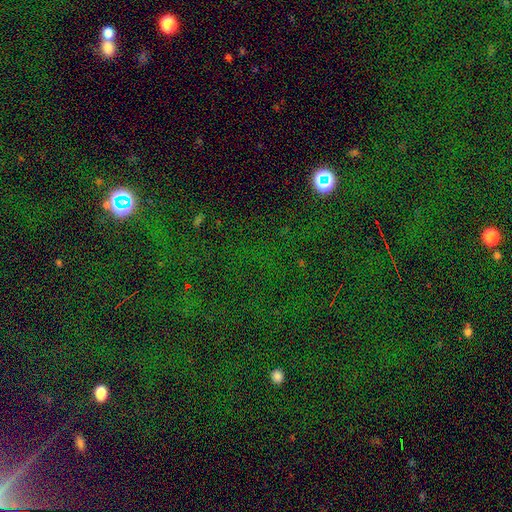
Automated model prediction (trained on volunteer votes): Morphology: type=star or artifact (81%).